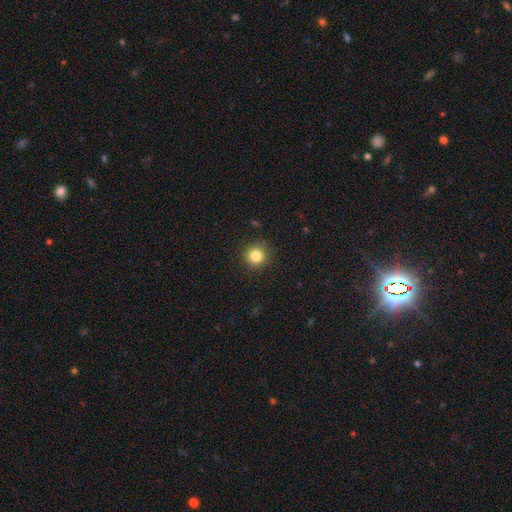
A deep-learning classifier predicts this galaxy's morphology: smooth-or-featured: smooth: 83% | star or artifact: 11% | featured or disk: 5%
  how-rounded: round: 93% | in between: 6% | cigar-shaped: 1%
  merging: none: 89% | minor disturbance: 7% | major disturbance: 2% | merger: 1%